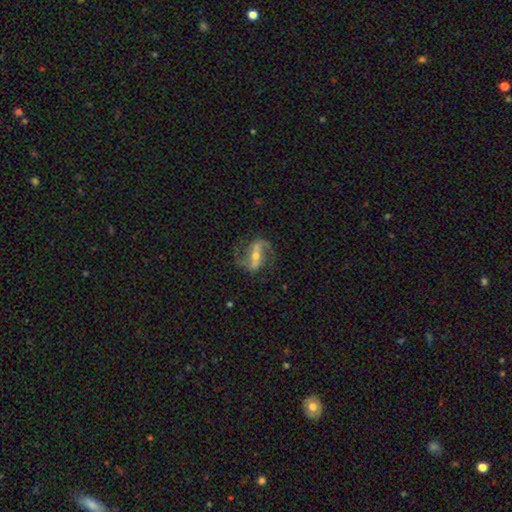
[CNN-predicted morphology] smooth-or-featured: featured or disk: 87% | smooth: 7% | star or artifact: 6%
  disk-edge-on: no: 95% | yes: 5%
    bar: strong: 56% | weak: 29% | no: 16%
    has-spiral-arms: yes: 95% | no: 5%
      spiral-winding: loose: 52% | medium: 38% | tight: 10%
      spiral-arm-count: 2: 92% | can't tell: 2% | 1: 2% | 3: 1% | 4: 1% | more than 4: 1%
    bulge-size: small: 52% | moderate: 42% | none: 2% | large: 2% | dominant: 1%
  merging: none: 77% | minor disturbance: 13% | major disturbance: 8% | merger: 2%